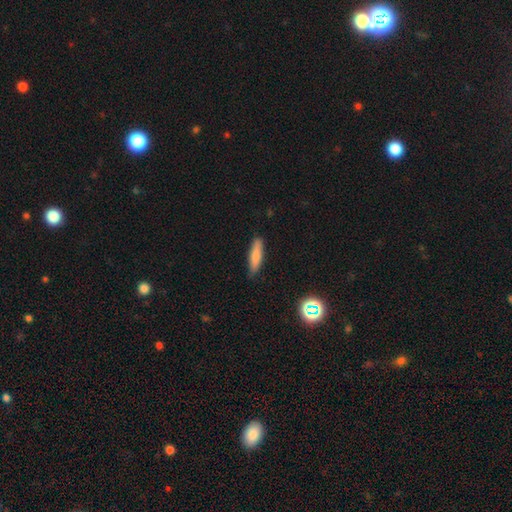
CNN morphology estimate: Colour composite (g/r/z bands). It shows a smooth galaxy with no disk features (78%) that is cigar-shaped (76%). Merging: none (83%).